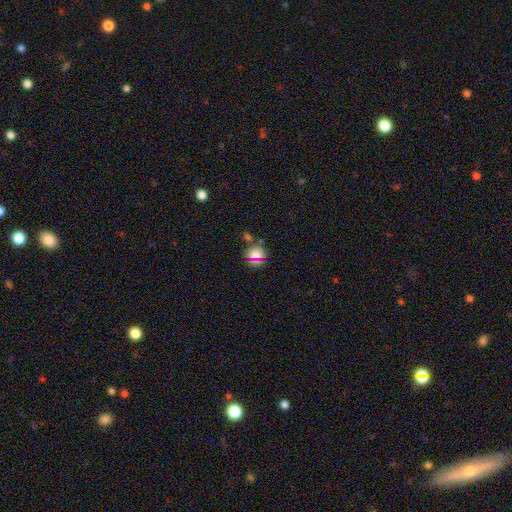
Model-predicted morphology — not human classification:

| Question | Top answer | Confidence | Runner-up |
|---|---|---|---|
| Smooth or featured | smooth | 68% | star or artifact (23%) |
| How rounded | round | 85% | in between (13%) |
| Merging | none | 78% | minor disturbance (11%) |